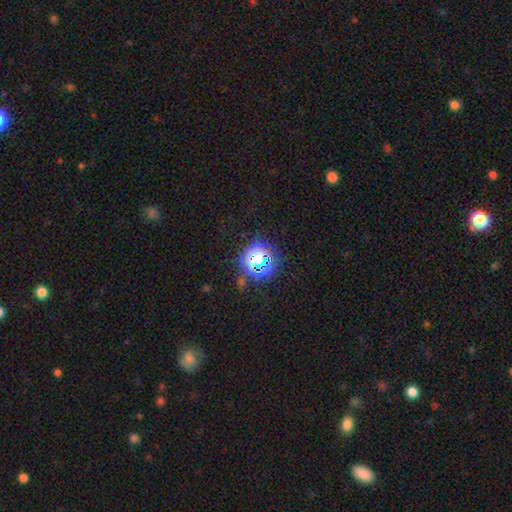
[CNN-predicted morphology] The model was most divided on "smooth or featured": star or artifact: 75%, smooth: 19%, featured or disk: 7%.